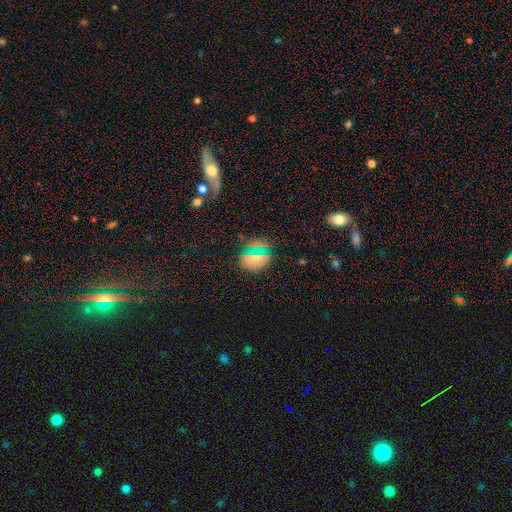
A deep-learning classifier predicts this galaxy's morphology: Overall: smooth (55%; star or artifact 30%). How rounded: in between (54%; round 41%). Merging: none (74%).